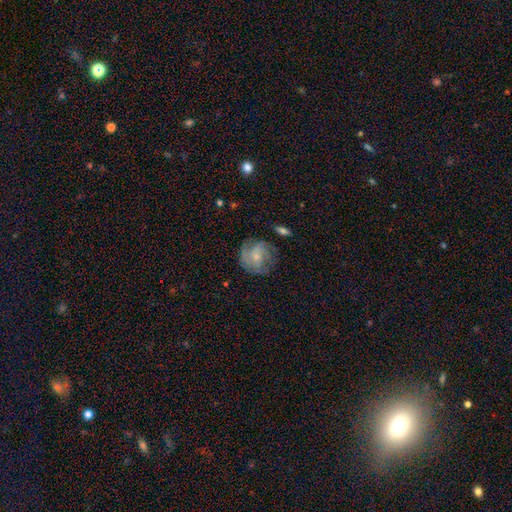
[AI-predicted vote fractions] A featured or disk galaxy (70%) with no bar (72%), tight (46%) spiral arms (90%) and a small central bulge (72%).

Vote fractions:
- Smooth or featured? featured or disk: 70% / smooth: 23% / star or artifact: 8%
- Edge-on disk? no: 97% / yes: 3%
- Bar? no: 72% / weak: 24% / strong: 4%
- Spiral arms? yes: 90% / no: 10%
- Spiral winding? tight: 46% / medium: 39% / loose: 14%
- Spiral arm count? can't tell: 29% / 3: 28% / 2: 16% / 4: 16% / 1: 6% / more than 4: 6%
- Bulge size? small: 72% / moderate: 22% / none: 4% / large: 1% / dominant: 1%
- Merging? none: 70% / minor disturbance: 19% / major disturbance: 9% / merger: 2%